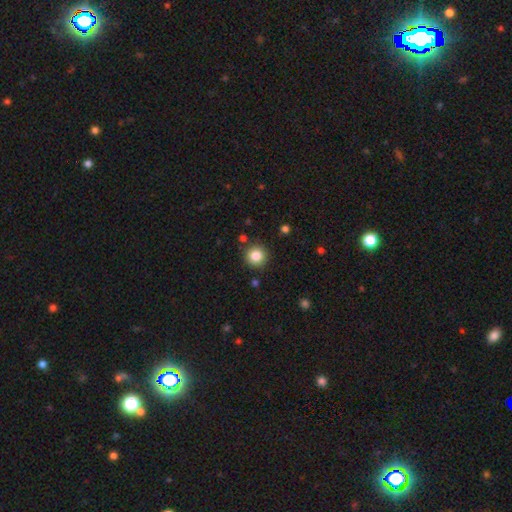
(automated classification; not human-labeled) Morphology: type=smooth (84%); roundness=round (94%); merging=none (89%).